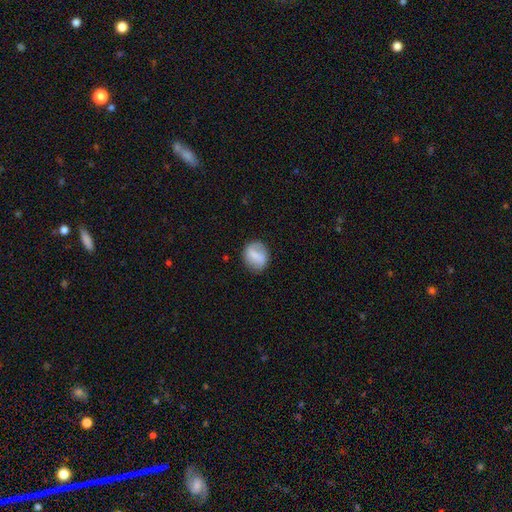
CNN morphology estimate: smooth 61%, featured or disk 31%, star or artifact 8%. Down the decision tree: how rounded — round (61%); merging — none (80%).